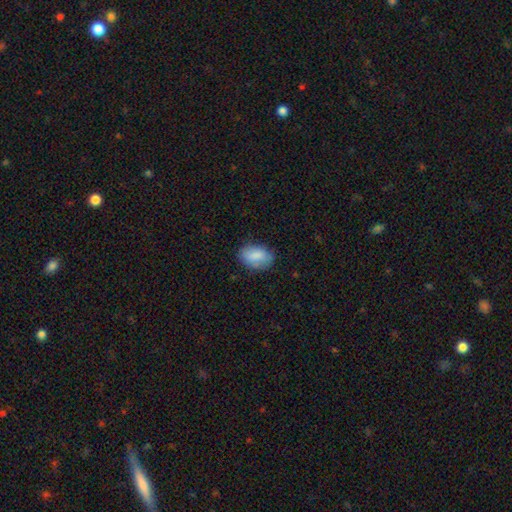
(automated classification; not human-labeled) Overall: smooth (83%). How rounded: in between (89%). Merging: none (75%).